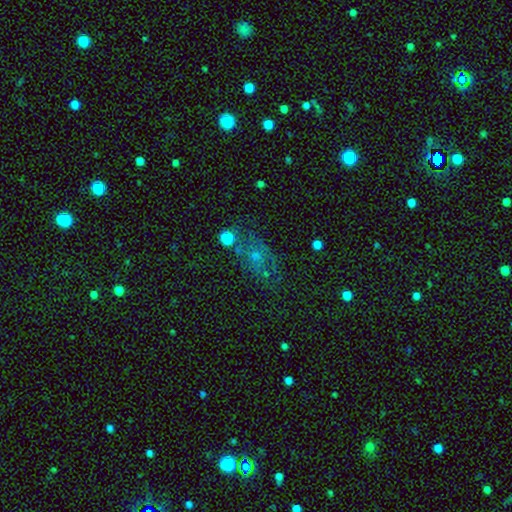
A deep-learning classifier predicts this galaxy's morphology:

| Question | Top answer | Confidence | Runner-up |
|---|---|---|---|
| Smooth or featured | smooth | 42% | featured or disk (33%) |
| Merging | none | 52% | minor disturbance (23%) |